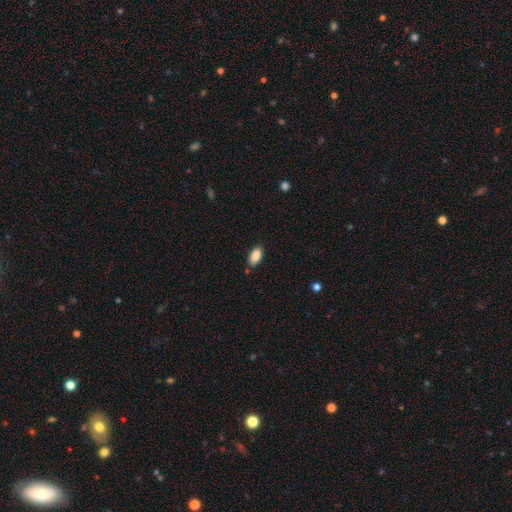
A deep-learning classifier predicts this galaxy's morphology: The model was most divided on "merging": none: 82%, minor disturbance: 13%, merger: 3%, major disturbance: 2%. More confident: how rounded — in between (93%); smooth or featured — smooth (88%).